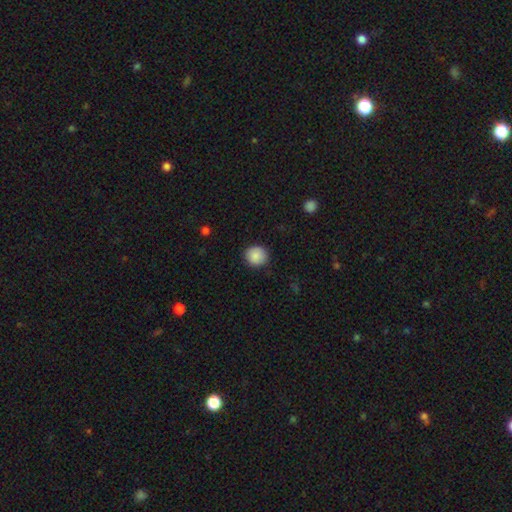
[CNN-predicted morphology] A smooth galaxy with no disk features (88%) that is round (89%). Merging: none (89%).